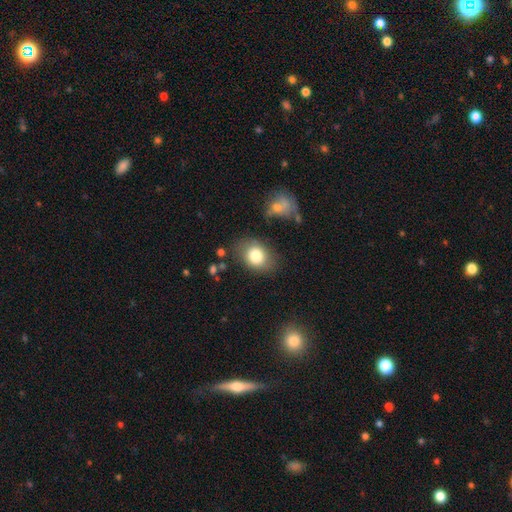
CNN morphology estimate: This is clearly a smooth galaxy (81%). How rounded: likely in between (60%). Merging: likely none (73%).